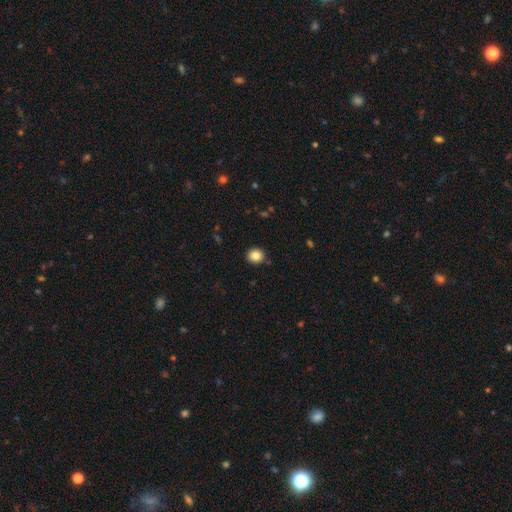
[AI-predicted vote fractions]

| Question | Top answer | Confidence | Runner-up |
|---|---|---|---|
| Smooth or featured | smooth | 84% | star or artifact (10%) |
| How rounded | round | 85% | in between (14%) |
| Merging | none | 91% | minor disturbance (6%) |